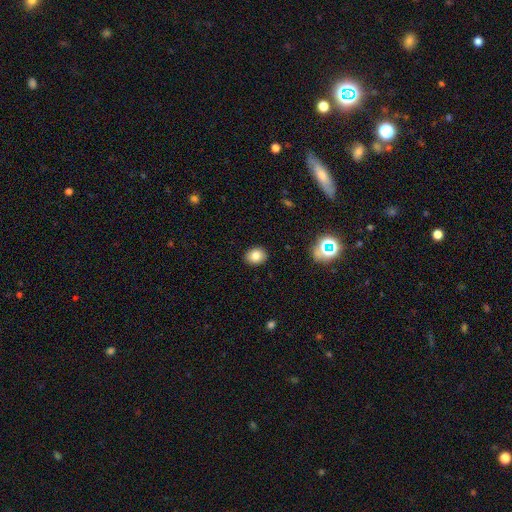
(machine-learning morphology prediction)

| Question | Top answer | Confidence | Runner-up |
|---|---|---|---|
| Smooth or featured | smooth | 81% | star or artifact (12%) |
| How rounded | round | 52% | in between (47%) |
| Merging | none | 90% | minor disturbance (7%) |